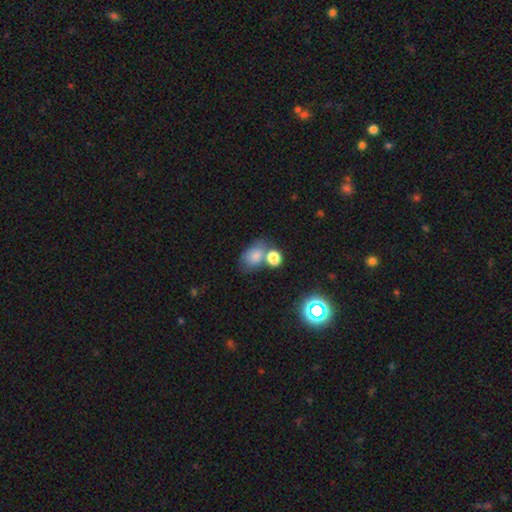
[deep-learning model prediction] Morphology: type=smooth (76%); roundness=in between (71%); merging=merger (39%).